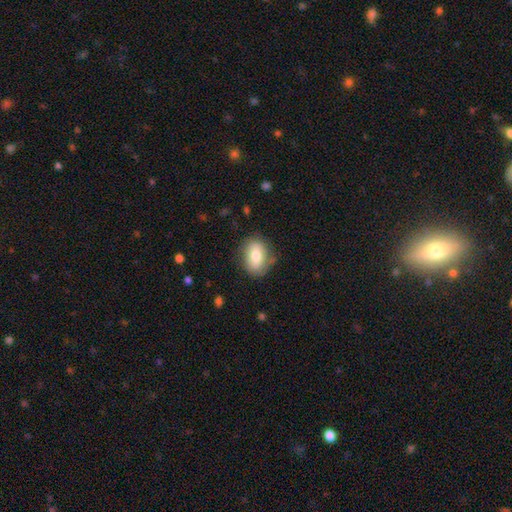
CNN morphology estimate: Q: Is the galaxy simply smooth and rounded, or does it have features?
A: smooth — 73%.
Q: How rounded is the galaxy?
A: in between — 77%.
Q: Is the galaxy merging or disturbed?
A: none — 76%.